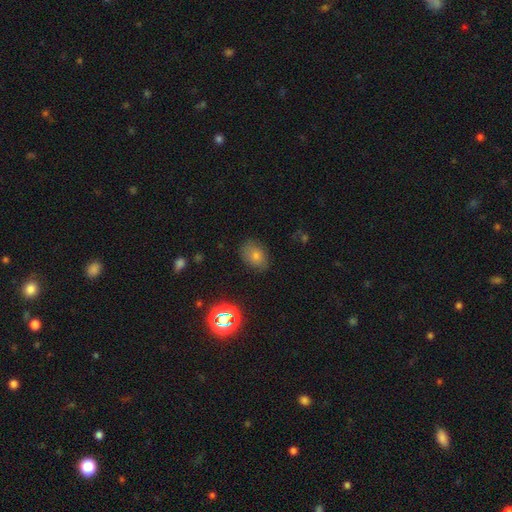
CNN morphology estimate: smooth-or-featured: smooth: 69% | star or artifact: 20% | featured or disk: 11%
  how-rounded: in between: 74% | round: 24% | cigar-shaped: 1%
  merging: none: 79% | minor disturbance: 16% | major disturbance: 4% | merger: 1%